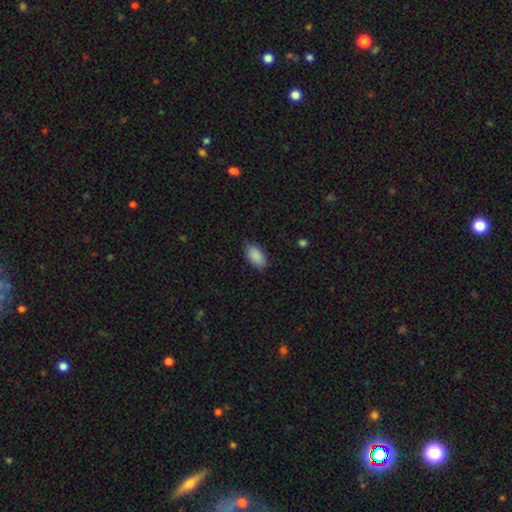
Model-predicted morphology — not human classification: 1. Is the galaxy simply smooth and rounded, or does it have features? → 90% smooth, 6% star or artifact, 4% featured or disk.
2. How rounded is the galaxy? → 93% in between, 4% cigar-shaped, 3% round.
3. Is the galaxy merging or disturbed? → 84% none, 13% minor disturbance, 3% major disturbance, 1% merger.